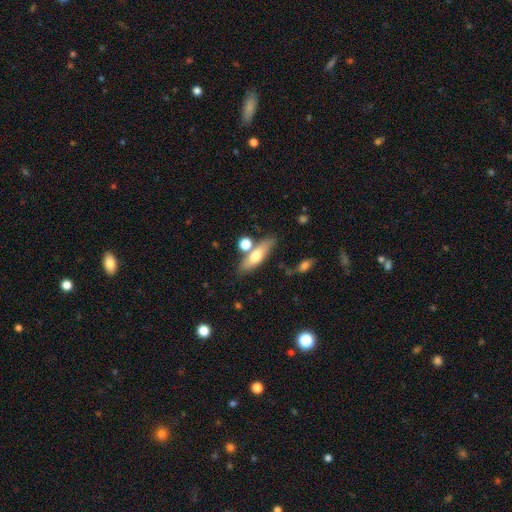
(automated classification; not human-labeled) Smooth or featured? Predicted: smooth (p=0.60). How rounded? Predicted: cigar-shaped (p=0.51). Merging? Predicted: none (p=0.68).